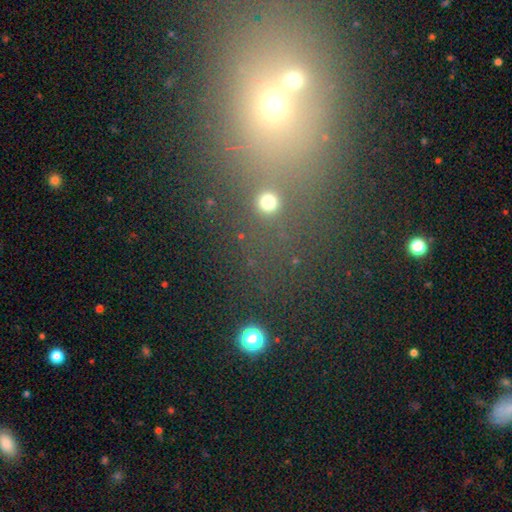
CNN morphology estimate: A star or artifact, not a galaxy (51%).

Vote fractions:
- Smooth or featured? star or artifact: 51% / smooth: 35% / featured or disk: 13%